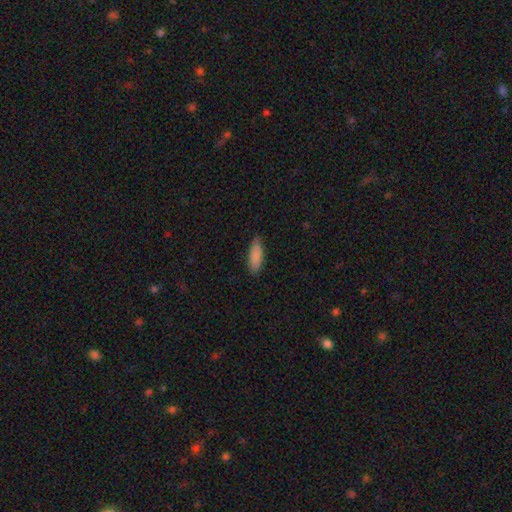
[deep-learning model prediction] Smooth or featured: smooth — 88% (star or artifact — 6%)
How rounded: in between — 58% (cigar-shaped — 40%)
Merging: none — 84% (minor disturbance — 13%)